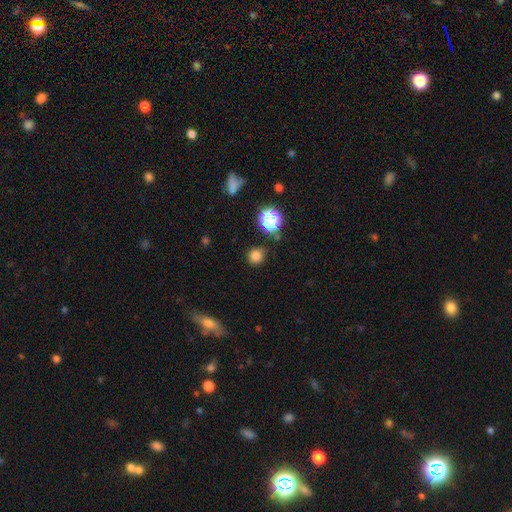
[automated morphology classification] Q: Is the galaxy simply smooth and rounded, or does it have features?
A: smooth — 79%.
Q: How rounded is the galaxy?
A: round — 89%.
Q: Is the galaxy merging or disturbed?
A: none — 83%.